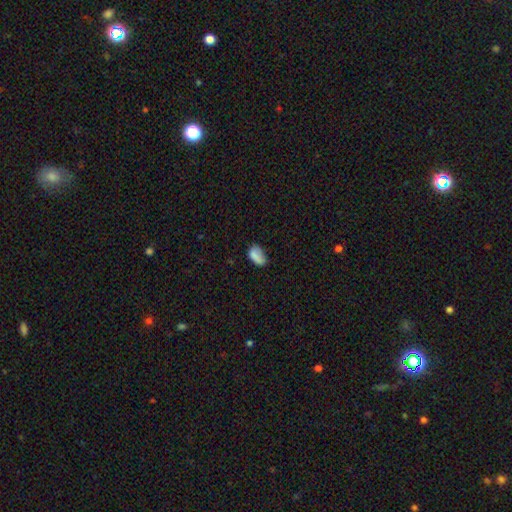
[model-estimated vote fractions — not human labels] Smooth or featured? smooth (81%)
How rounded? in between (90%)
Merging? none (53%)